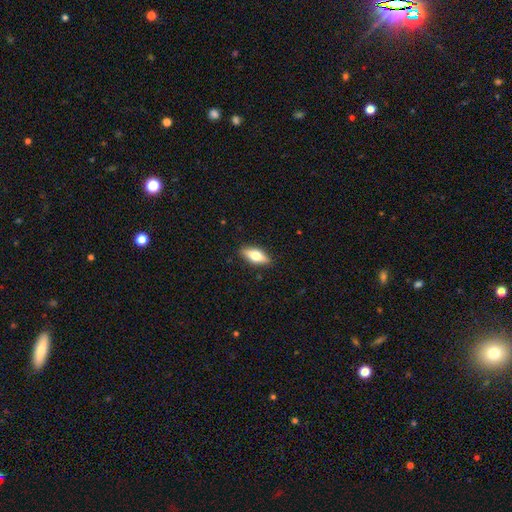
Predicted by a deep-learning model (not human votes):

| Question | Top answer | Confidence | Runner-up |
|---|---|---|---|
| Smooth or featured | smooth | 60% | featured or disk (34%) |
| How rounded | in between | 72% | cigar-shaped (24%) |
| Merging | none | 88% | minor disturbance (9%) |